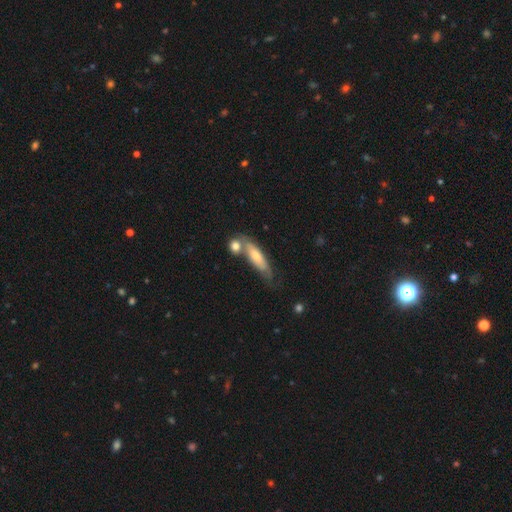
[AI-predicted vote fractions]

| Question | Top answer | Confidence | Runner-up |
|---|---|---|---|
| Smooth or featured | smooth | 57% | featured or disk (37%) |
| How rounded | cigar-shaped | 67% | in between (31%) |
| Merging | none | 48% | merger (26%) |